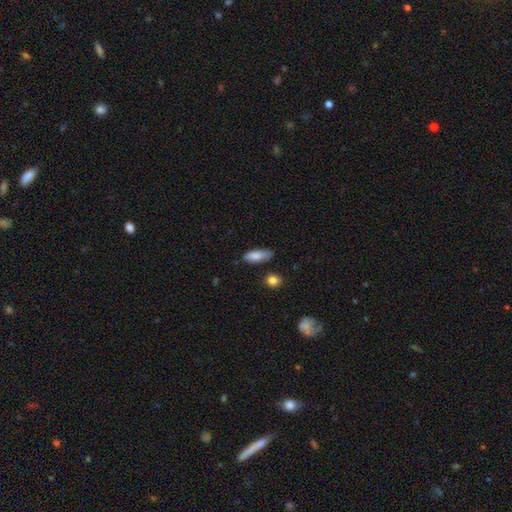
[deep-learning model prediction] A smooth galaxy with no disk features (84%) that is in between round and cigar-shaped (67%).

Vote fractions:
- Smooth or featured? smooth: 84% / featured or disk: 10% / star or artifact: 7%
- How rounded? in between: 67% / cigar-shaped: 31% / round: 2%
- Merging? none: 71% / minor disturbance: 22% / major disturbance: 4% / merger: 3%